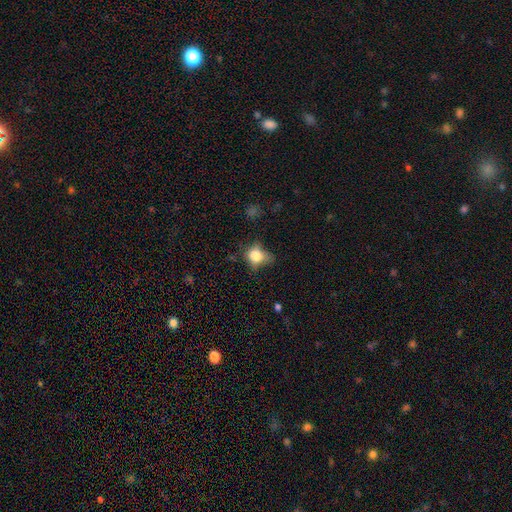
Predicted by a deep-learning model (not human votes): Q: Smooth or featured?
A: smooth (75%); runner-up: featured or disk (13%)
Q: How rounded?
A: round (53%); runner-up: in between (45%)
Q: Merging?
A: none (38%); runner-up: minor disturbance (35%)